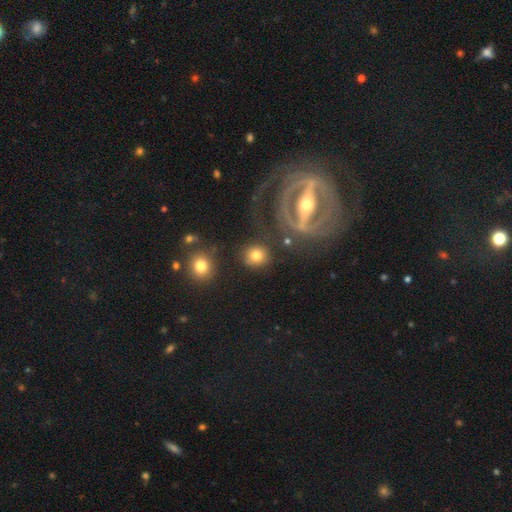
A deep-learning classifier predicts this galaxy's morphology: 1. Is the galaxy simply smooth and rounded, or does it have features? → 71% smooth, 18% featured or disk, 10% star or artifact.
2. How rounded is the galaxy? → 87% round, 12% in between, 1% cigar-shaped.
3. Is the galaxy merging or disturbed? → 80% none, 9% minor disturbance, 6% major disturbance, 5% merger.